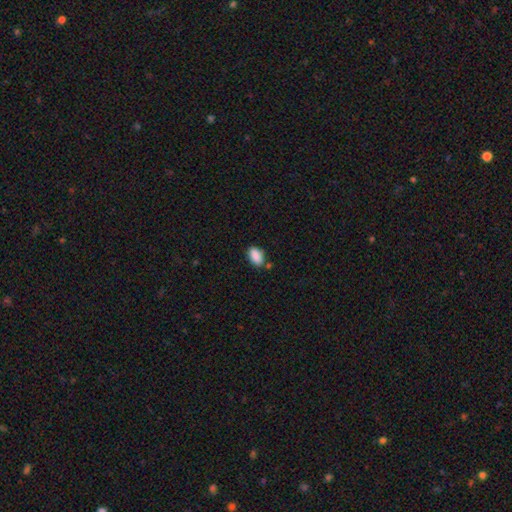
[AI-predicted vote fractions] Smooth or featured? Predicted: smooth (p=0.88). How rounded? Predicted: in between (p=0.90). Merging? Predicted: none (p=0.72).